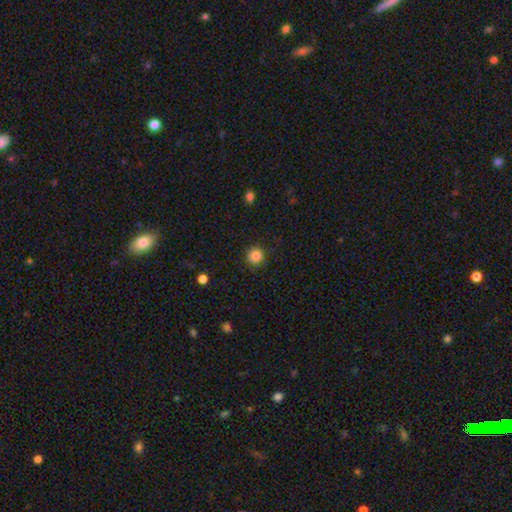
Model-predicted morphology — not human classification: A smooth galaxy with no disk features (84%) that is round (92%). Merging: none (84%).